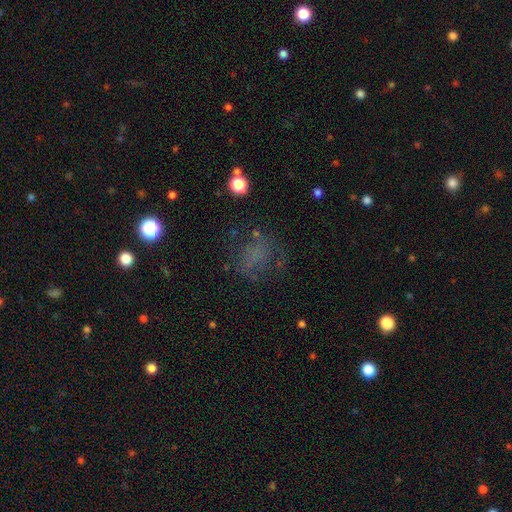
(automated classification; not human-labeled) Smooth or featured? smooth (46%)
Merging? none (59%)